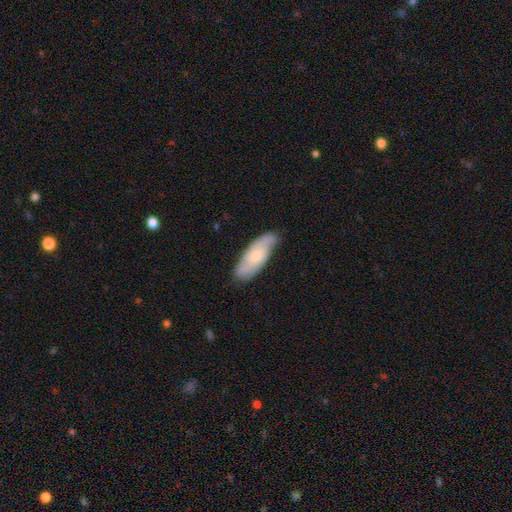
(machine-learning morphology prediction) type=featured or disk (54%); edge-on=no (85%); merging=none (76%).